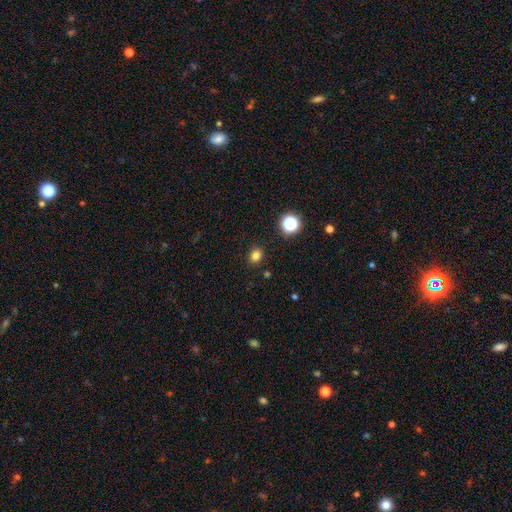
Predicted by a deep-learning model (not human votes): This is clearly a smooth galaxy (80%). How rounded: likely round (63%). Merging: clearly none (88%).